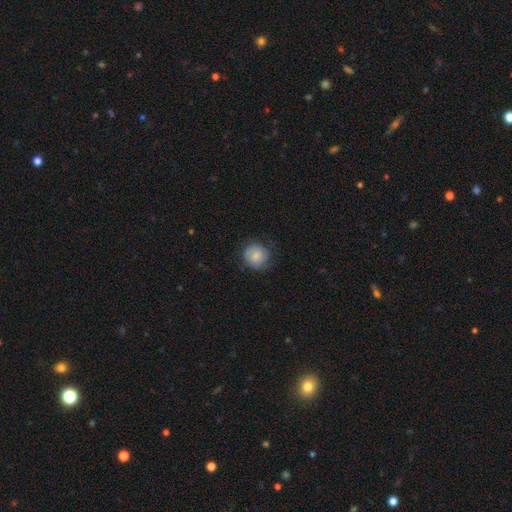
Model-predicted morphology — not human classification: This appears to be a smooth galaxy with no disk features (75%) that is round (89%). Merging: none (74%).